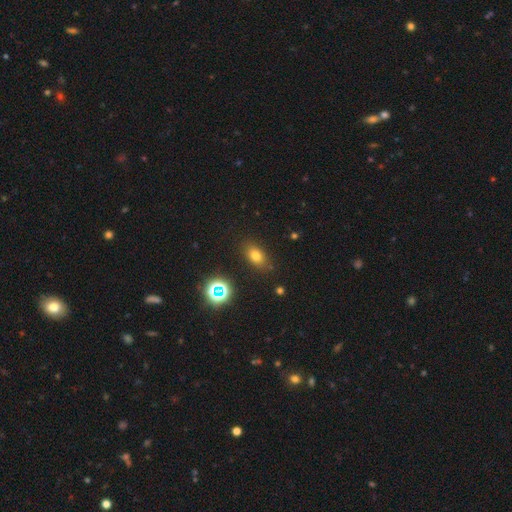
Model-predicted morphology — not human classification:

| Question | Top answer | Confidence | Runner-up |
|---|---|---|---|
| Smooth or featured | smooth | 73% | star or artifact (17%) |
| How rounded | in between | 77% | round (19%) |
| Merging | none | 83% | minor disturbance (12%) |